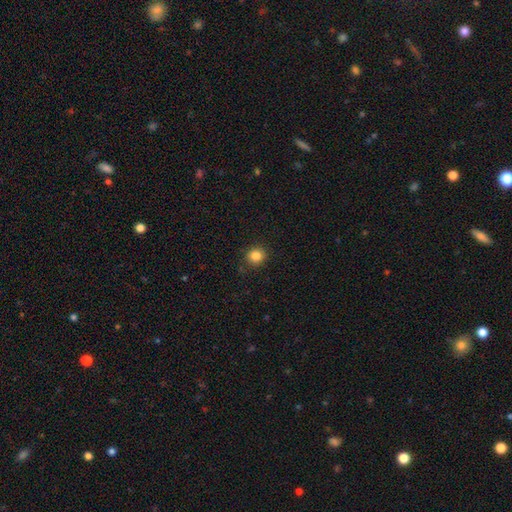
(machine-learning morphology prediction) Smooth or featured? smooth (85%)
How rounded? round (86%)
Merging? none (90%)